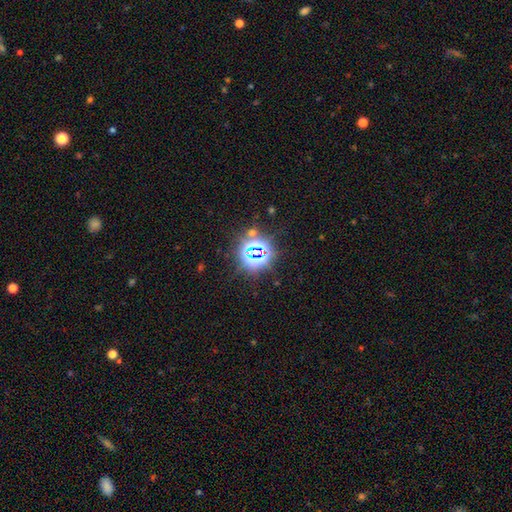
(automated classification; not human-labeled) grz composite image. It shows a star or artifact, not a galaxy (79%).